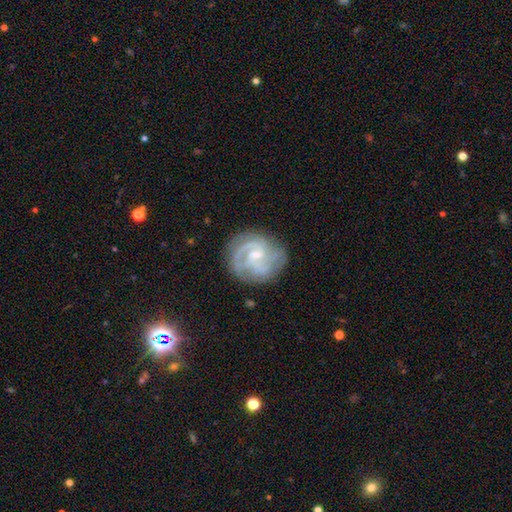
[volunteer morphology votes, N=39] This is clearly a featured or disk galaxy (85%). It is clearly not viewed edge-on (100%). Bar: likely weak (64%). Spiral arm pattern: clearly yes (97%). Spiral arm count: clearly 2 (84%). Spiral winding: possibly tight (50%). Central bulge: likely small (70%). Merging: likely none (77%).